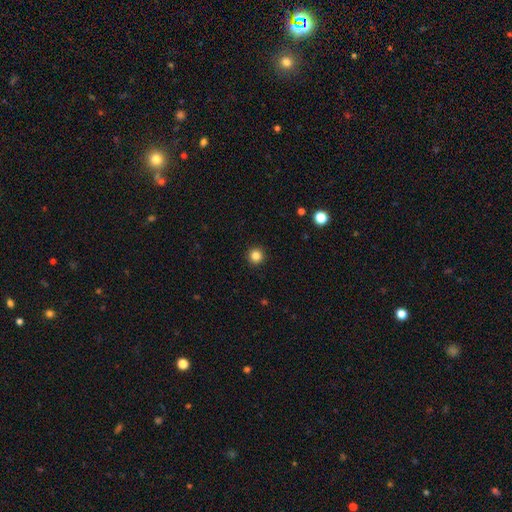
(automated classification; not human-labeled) The model was most divided on "smooth or featured": smooth: 85%, star or artifact: 11%, featured or disk: 4%. More confident: how rounded — round (96%); merging — none (94%).